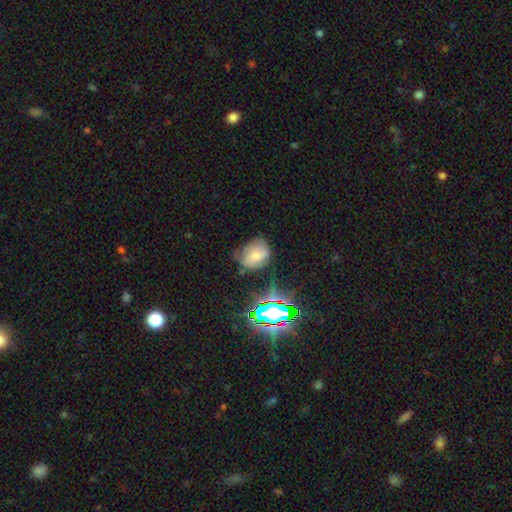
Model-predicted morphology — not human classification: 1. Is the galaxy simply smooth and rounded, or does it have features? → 54% smooth, 29% featured or disk, 17% star or artifact.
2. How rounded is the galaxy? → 58% in between, 41% round, 1% cigar-shaped.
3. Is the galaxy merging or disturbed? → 48% none, 34% minor disturbance, 14% major disturbance, 4% merger.